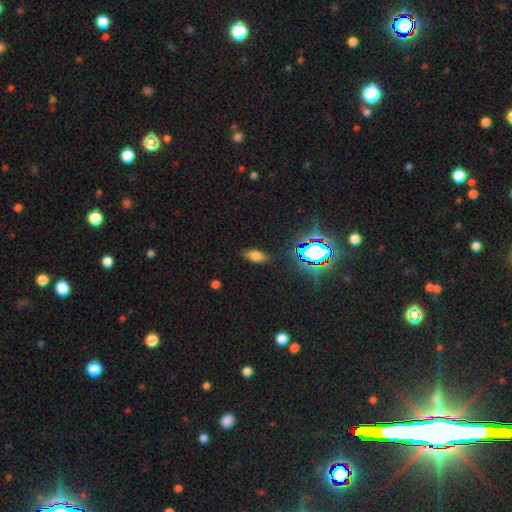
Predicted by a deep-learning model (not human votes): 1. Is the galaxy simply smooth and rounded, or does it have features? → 66% smooth, 22% star or artifact, 12% featured or disk.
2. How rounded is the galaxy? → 85% in between, 9% cigar-shaped, 7% round.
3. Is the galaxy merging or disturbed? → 81% none, 13% minor disturbance, 4% major disturbance, 2% merger.